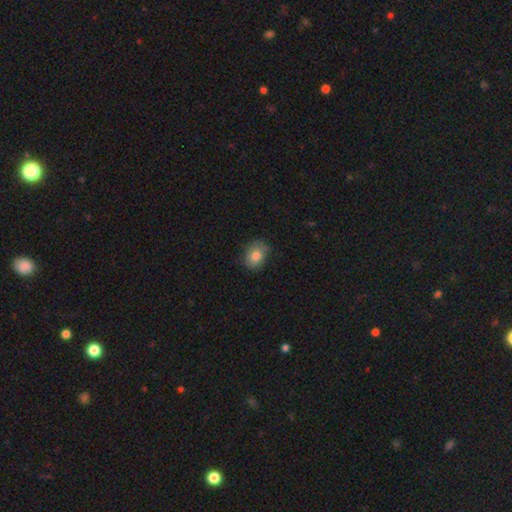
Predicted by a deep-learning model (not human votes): Morphology: type=smooth (78%); roundness=in between (52%); merging=none (70%).